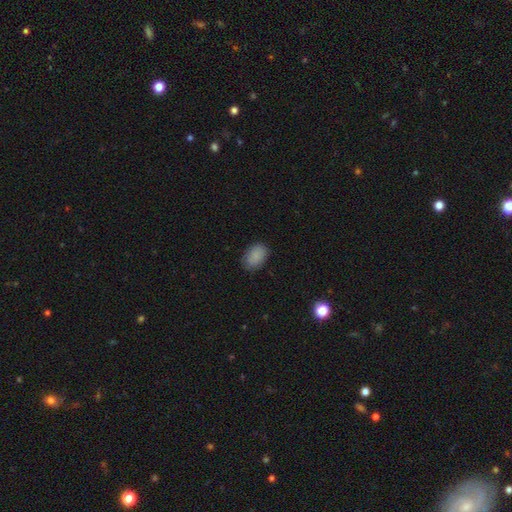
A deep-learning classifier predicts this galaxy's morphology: Q: Smooth or featured?
A: smooth (87%); runner-up: star or artifact (8%)
Q: How rounded?
A: in between (81%); runner-up: round (17%)
Q: Merging?
A: none (82%); runner-up: minor disturbance (14%)